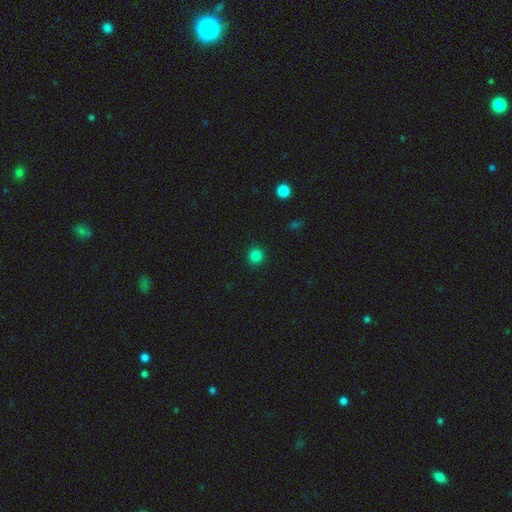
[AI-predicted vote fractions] smooth 83%, star or artifact 13%, featured or disk 4%. Down the decision tree: how rounded — round (92%); merging — none (92%).